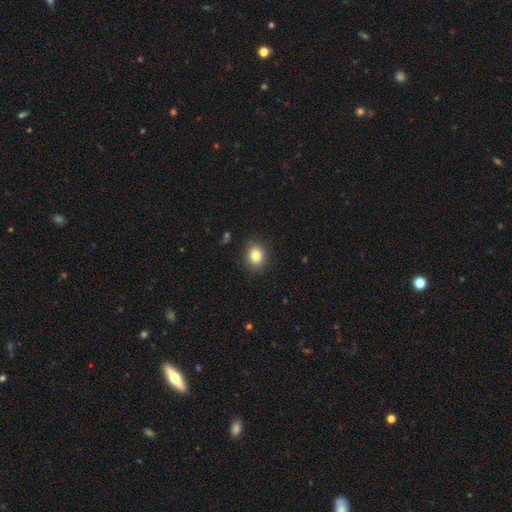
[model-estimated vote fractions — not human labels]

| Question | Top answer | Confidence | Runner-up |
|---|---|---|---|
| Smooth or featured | smooth | 82% | star or artifact (10%) |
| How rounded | round | 60% | in between (39%) |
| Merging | none | 87% | minor disturbance (10%) |